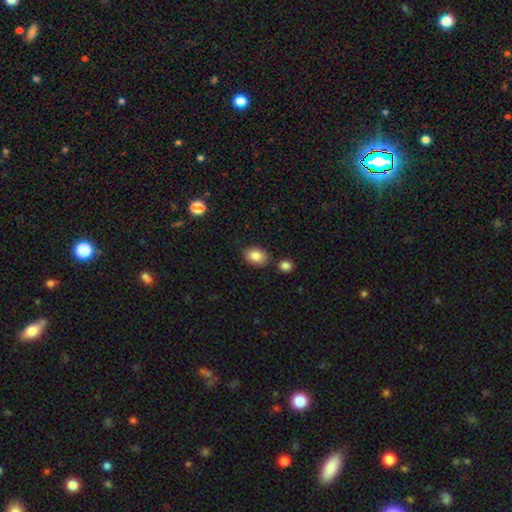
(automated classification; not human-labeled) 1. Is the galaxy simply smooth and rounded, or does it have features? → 85% smooth, 8% star or artifact, 7% featured or disk.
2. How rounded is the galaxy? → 80% in between, 19% round, 1% cigar-shaped.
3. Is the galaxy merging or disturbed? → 81% none, 11% minor disturbance, 6% merger, 2% major disturbance.